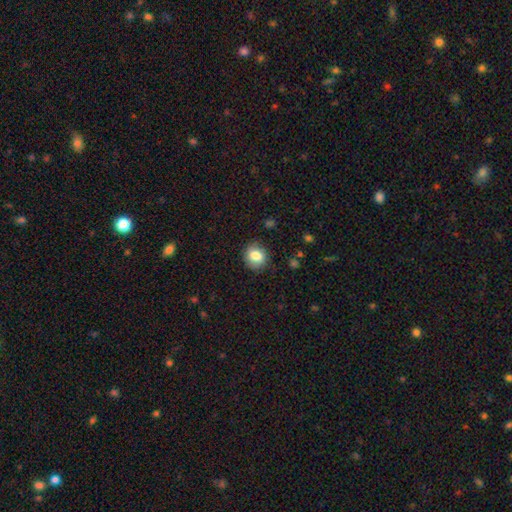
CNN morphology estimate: This appears to be a smooth galaxy with no disk features (83%) that is round (70%). Merging: none (84%).